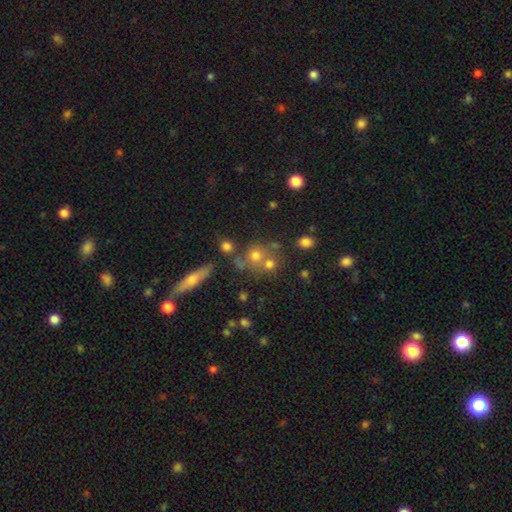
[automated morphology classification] A smooth galaxy with no disk features (66%) that is round (84%).

Vote fractions:
- Smooth or featured? smooth: 66% / star or artifact: 18% / featured or disk: 17%
- How rounded? round: 84% / in between: 14% / cigar-shaped: 2%
- Merging? none: 52% / merger: 32% / minor disturbance: 11% / major disturbance: 6%